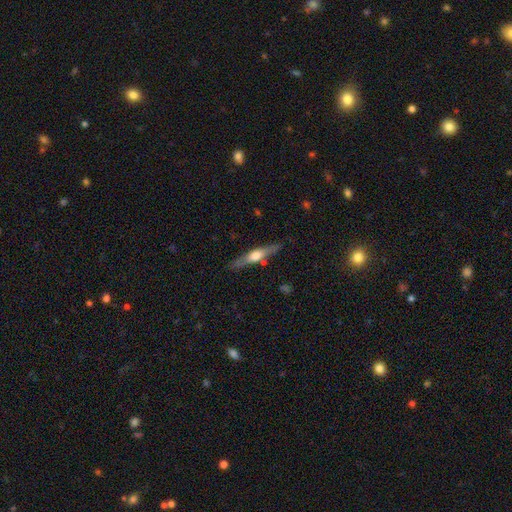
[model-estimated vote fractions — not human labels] Morphology: type=featured or disk (60%); edge-on=yes (94%); edge-on bulge=rounded (82%); merging=none (83%).